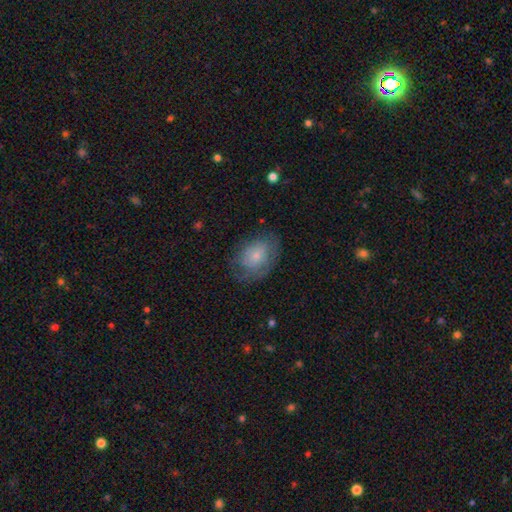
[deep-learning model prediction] Morphology: type=smooth (60%); roundness=in between (71%); merging=none (62%).